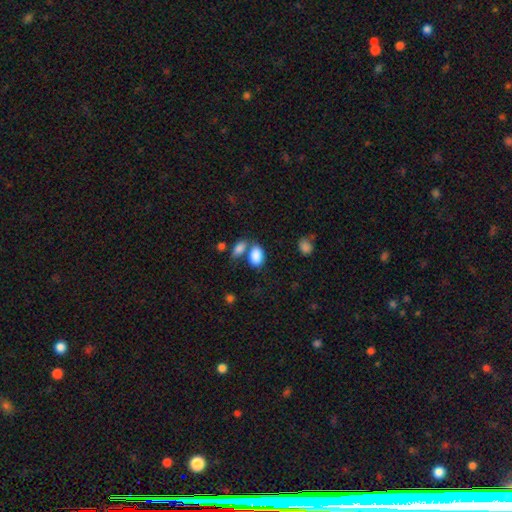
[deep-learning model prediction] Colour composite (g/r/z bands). It shows a smooth galaxy with no disk features (87%) that is in between round and cigar-shaped (90%). Merging: none (45%).